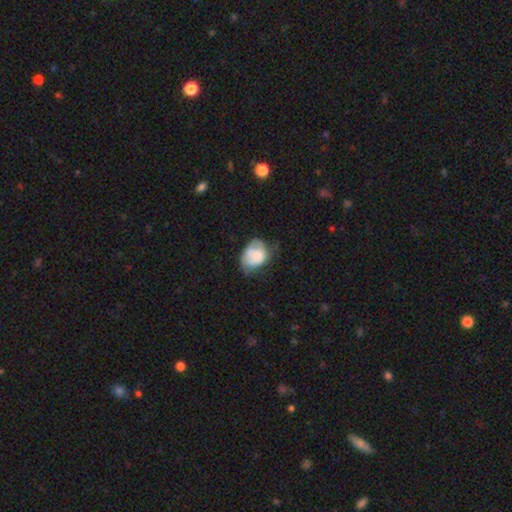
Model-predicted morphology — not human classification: type=smooth (69%); roundness=in between (70%); merging=minor disturbance (39%).